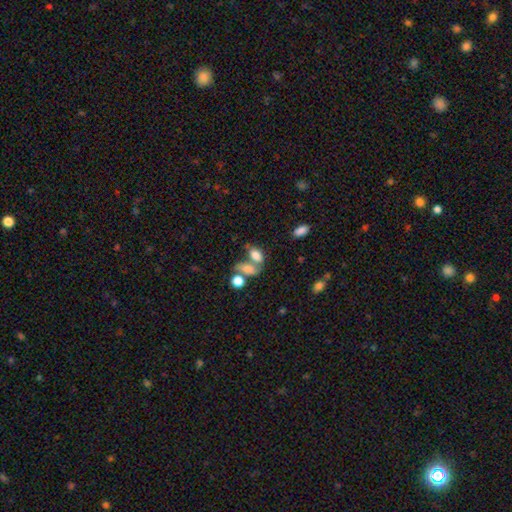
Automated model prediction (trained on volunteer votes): Morphology: type=smooth (75%); roundness=in between (87%); merging=merger (50%).